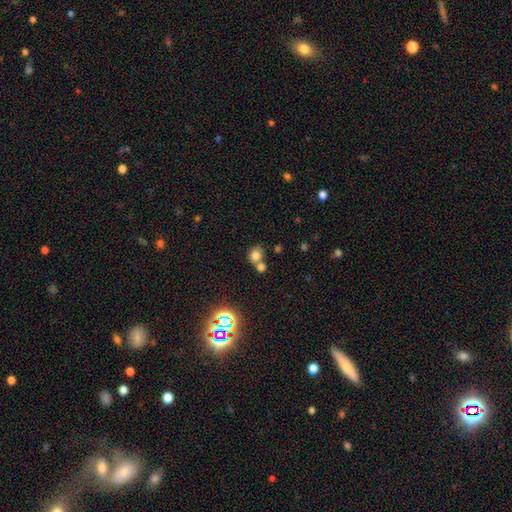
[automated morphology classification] A smooth galaxy with no disk features (74%) that is round (73%). Merging: none (44%, tied with merger).